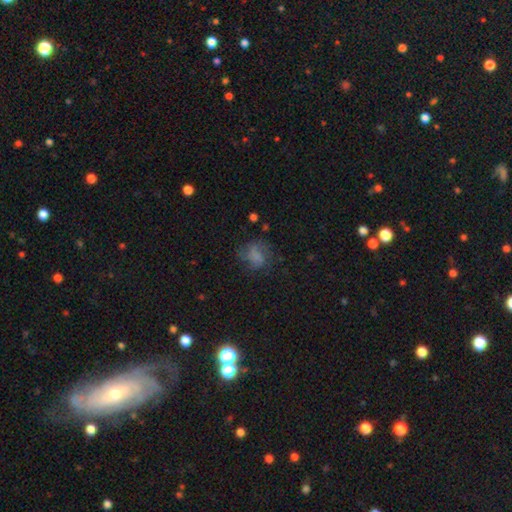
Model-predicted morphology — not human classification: Smooth or featured? Predicted: smooth (p=0.55). How rounded? Predicted: round (p=0.57). Merging? Predicted: none (p=0.55).